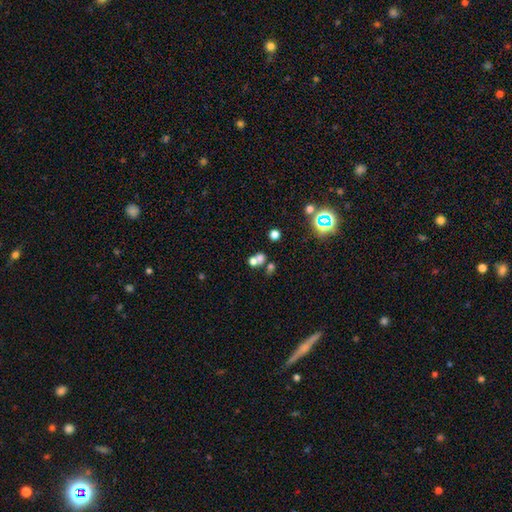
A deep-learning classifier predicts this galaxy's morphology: This is likely a smooth galaxy (62%). How rounded: likely round (66%). Merging: possibly merger (53%).